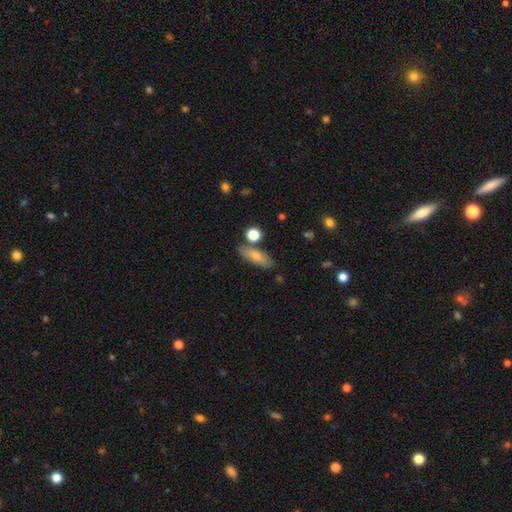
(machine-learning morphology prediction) This is likely a smooth galaxy (74%). How rounded: likely in between (60%). Merging: likely none (73%).